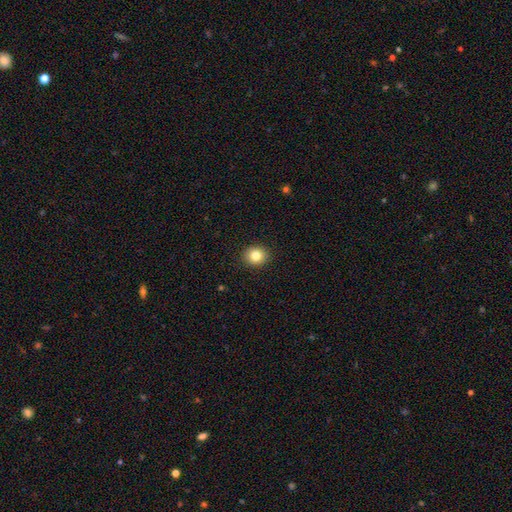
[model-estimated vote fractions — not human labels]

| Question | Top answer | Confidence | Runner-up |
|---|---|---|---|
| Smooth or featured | smooth | 82% | star or artifact (10%) |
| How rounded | round | 74% | in between (25%) |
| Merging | none | 91% | minor disturbance (6%) |